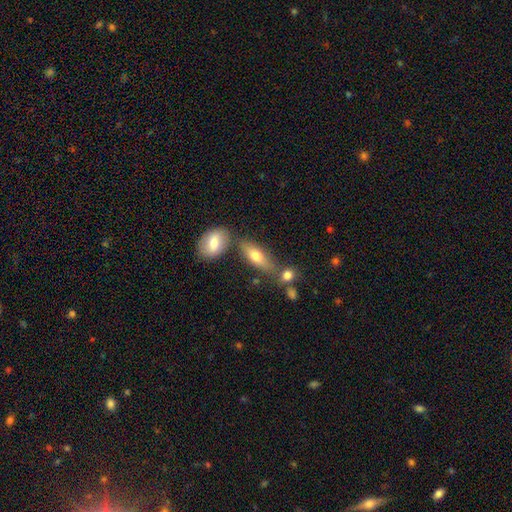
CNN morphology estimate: Smooth or featured: smooth — 67% (featured or disk — 25%)
How rounded: in between — 64% (cigar-shaped — 31%)
Merging: none — 59% (merger — 20%)